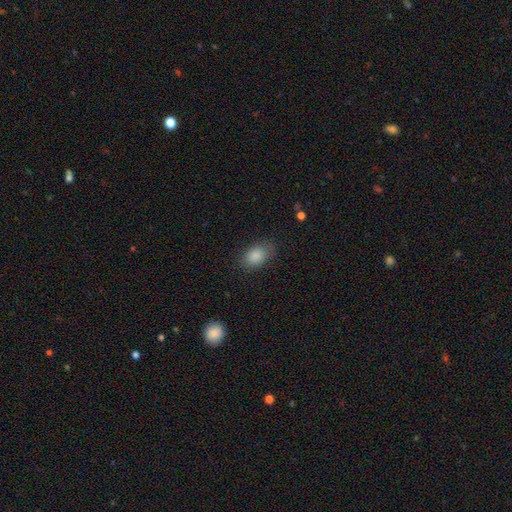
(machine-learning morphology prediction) type=smooth (87%); roundness=in between (86%); merging=none (81%).